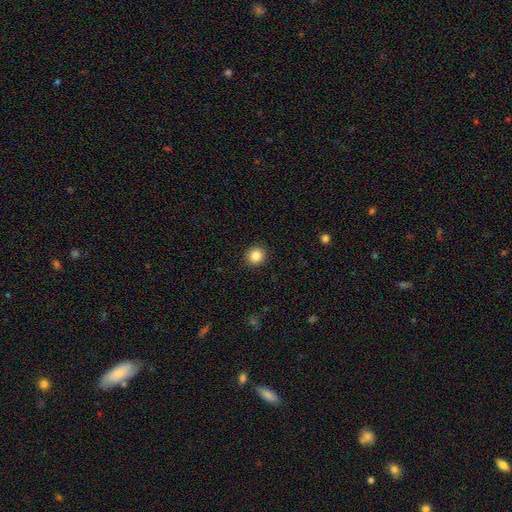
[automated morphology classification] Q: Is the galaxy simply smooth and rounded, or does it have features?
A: smooth — 86%.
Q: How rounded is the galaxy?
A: round — 90%.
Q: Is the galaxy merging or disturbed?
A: none — 92%.